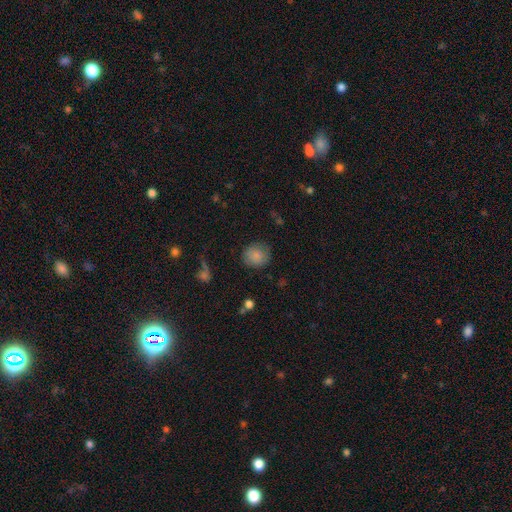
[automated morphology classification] This appears to be a smooth galaxy with no disk features (84%) that is round (85%). Merging: none (80%).